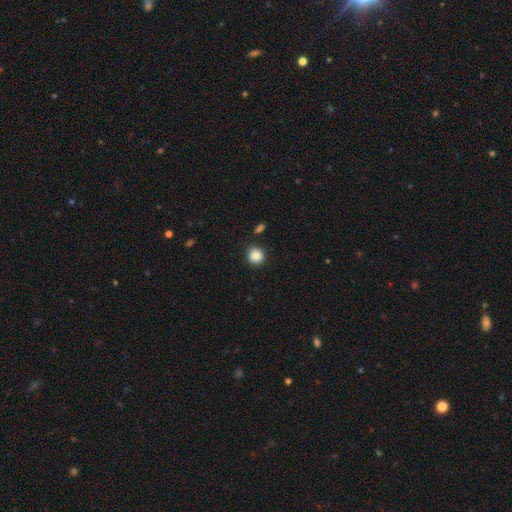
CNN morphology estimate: type=smooth (88%); roundness=round (90%); merging=none (88%).